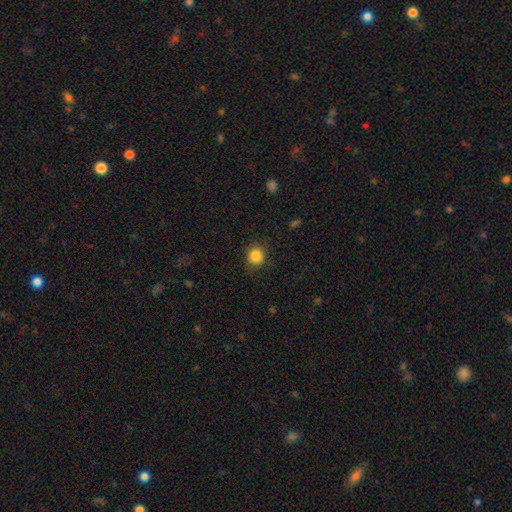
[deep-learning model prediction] This is clearly a smooth galaxy (85%). How rounded: clearly round (87%). Merging: clearly none (85%).